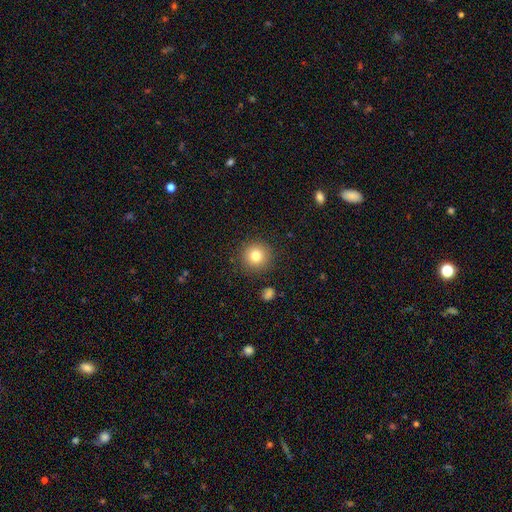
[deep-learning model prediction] The model was most divided on "smooth or featured": smooth: 81%, star or artifact: 11%, featured or disk: 8%. More confident: how rounded — round (95%); merging — none (90%).